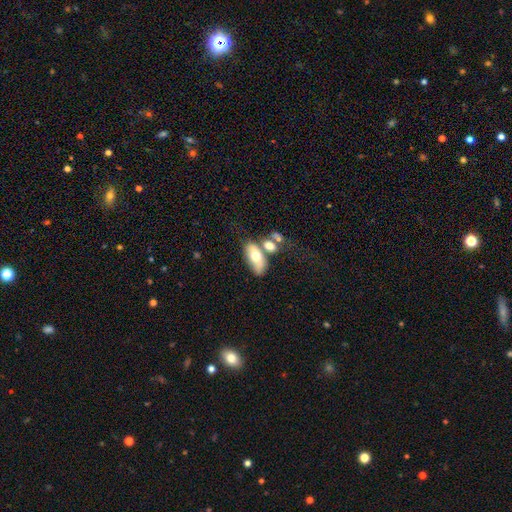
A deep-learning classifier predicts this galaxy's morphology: Smooth or featured: smooth — 65% (featured or disk — 28%)
How rounded: in between — 88% (cigar-shaped — 7%)
Merging: merger — 39% (none — 36%)